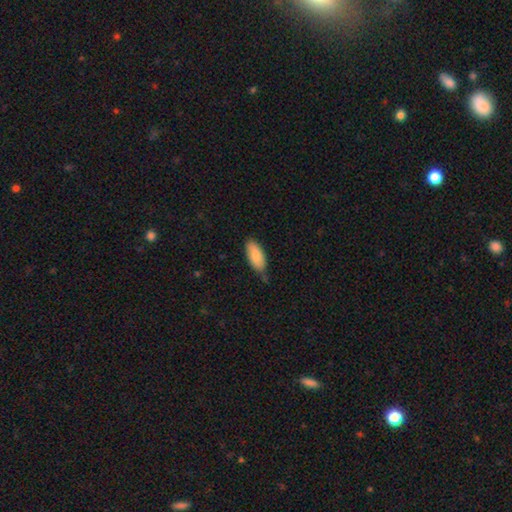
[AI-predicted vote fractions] Morphology: type=smooth (86%); roundness=in between (88%); merging=none (66%).